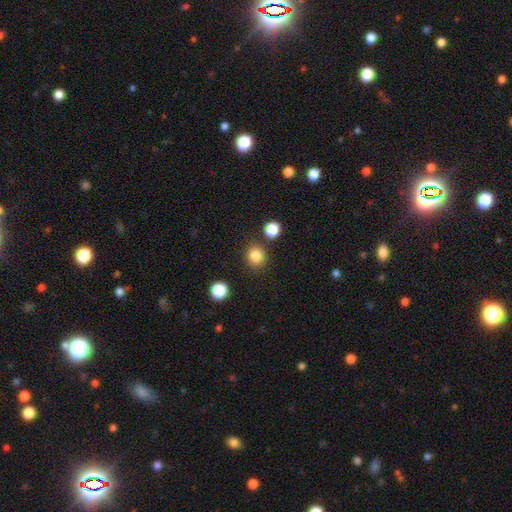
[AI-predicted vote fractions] A smooth galaxy with no disk features (84%) that is round (85%). Merging: none (83%).